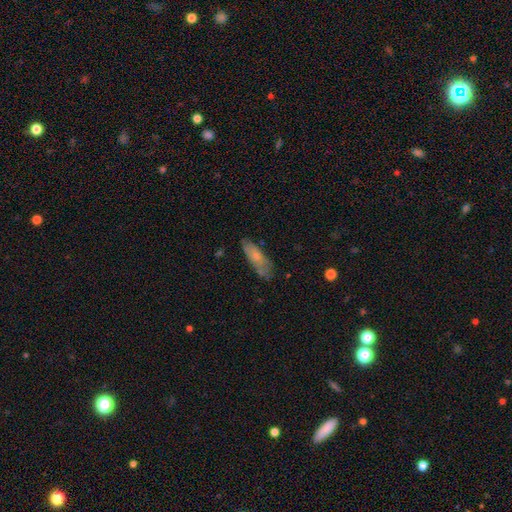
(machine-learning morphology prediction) smooth-or-featured: smooth: 69% | featured or disk: 24% | star or artifact: 6%
  how-rounded: in between: 58% | cigar-shaped: 40% | round: 2%
  merging: none: 63% | minor disturbance: 27% | major disturbance: 8% | merger: 3%